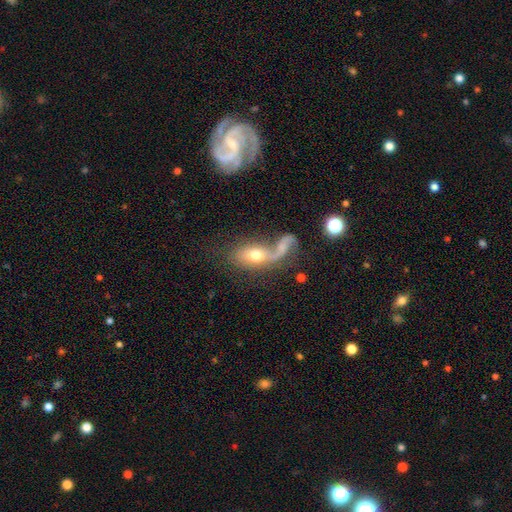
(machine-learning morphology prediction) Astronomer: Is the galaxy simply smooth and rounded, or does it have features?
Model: smooth — 51% (runner-up: featured or disk, 39%).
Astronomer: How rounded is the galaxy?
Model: in between — 78%.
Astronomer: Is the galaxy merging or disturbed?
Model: merger — 54%.